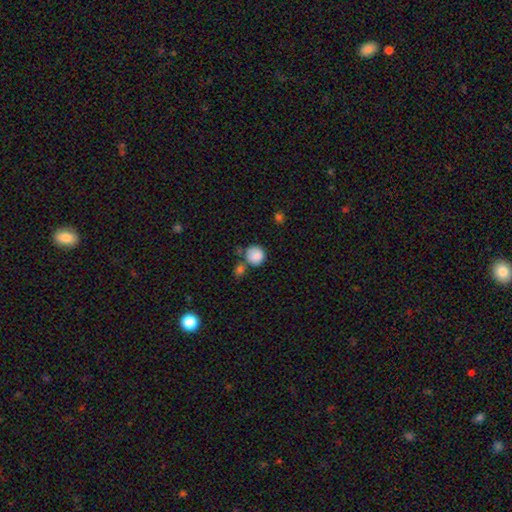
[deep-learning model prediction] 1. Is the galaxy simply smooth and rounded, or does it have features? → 86% smooth, 8% star or artifact, 6% featured or disk.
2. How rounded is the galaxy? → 90% round, 9% in between, 1% cigar-shaped.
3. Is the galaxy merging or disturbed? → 58% none, 19% merger, 17% minor disturbance, 6% major disturbance.